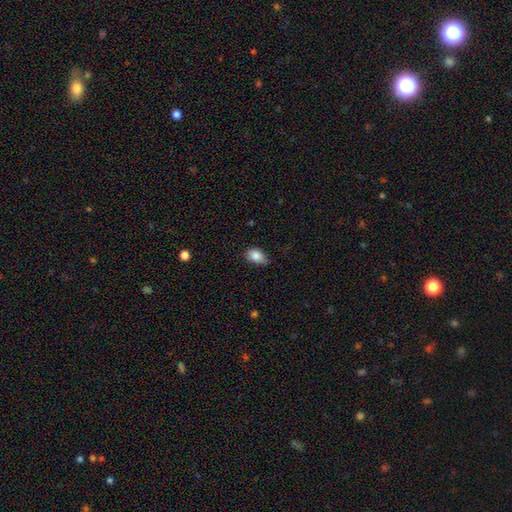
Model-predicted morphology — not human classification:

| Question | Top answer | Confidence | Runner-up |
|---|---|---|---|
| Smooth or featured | smooth | 86% | star or artifact (8%) |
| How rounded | in between | 86% | round (12%) |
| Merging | none | 73% | minor disturbance (23%) |